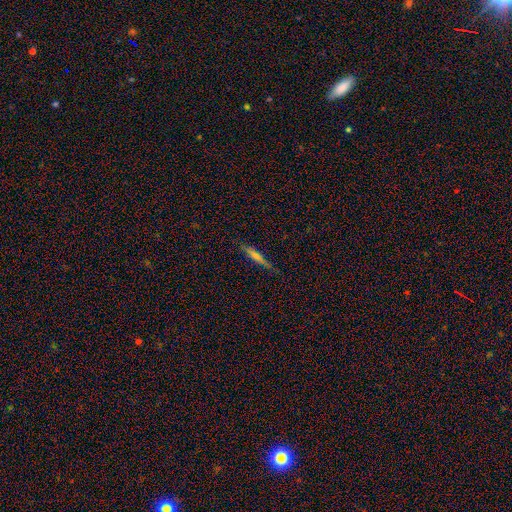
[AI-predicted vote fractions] Overall: smooth (46%; featured or disk 42%). Merging: none (85%).